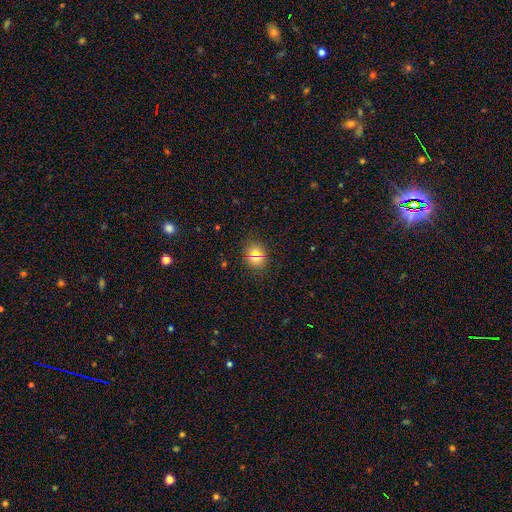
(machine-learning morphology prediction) A smooth galaxy with no disk features (73%) that is round (71%).

Vote fractions:
- Smooth or featured? smooth: 73% / star or artifact: 17% / featured or disk: 10%
- How rounded? round: 71% / in between: 27% / cigar-shaped: 2%
- Merging? none: 84% / minor disturbance: 9% / merger: 5% / major disturbance: 2%